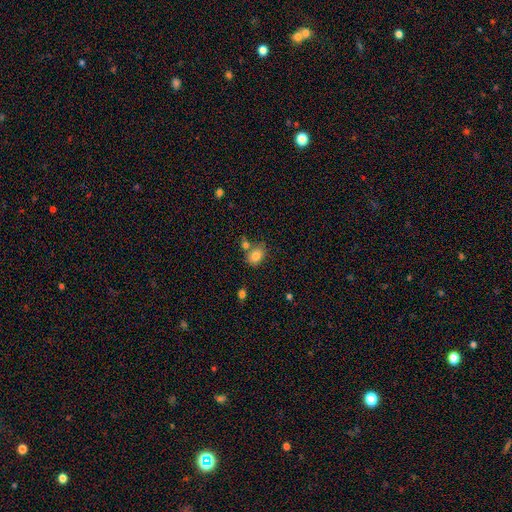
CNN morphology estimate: The model was most divided on "merging": none: 59%, merger: 20%, minor disturbance: 16%, major disturbance: 5%. More confident: smooth or featured — smooth (82%); how rounded — in between (72%).